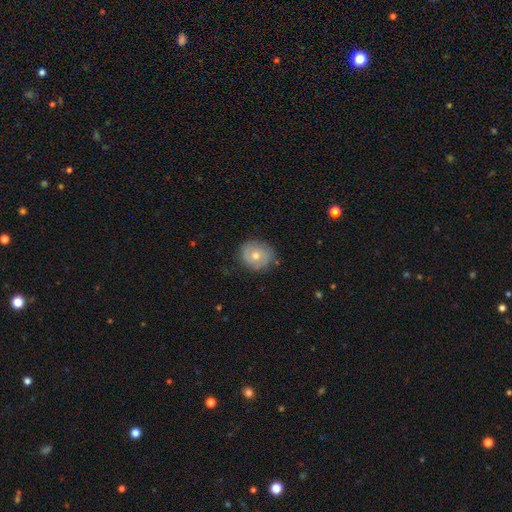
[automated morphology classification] Q: Smooth or featured?
A: featured or disk (55%); runner-up: smooth (36%)
Q: Edge-on disk?
A: no (97%); runner-up: yes (3%)
Q: Bar?
A: no (77%); runner-up: weak (19%)
Q: Spiral arms?
A: yes (72%); runner-up: no (28%)
Q: Bulge size?
A: moderate (66%); runner-up: small (31%)
Q: Merging?
A: none (80%); runner-up: minor disturbance (15%)